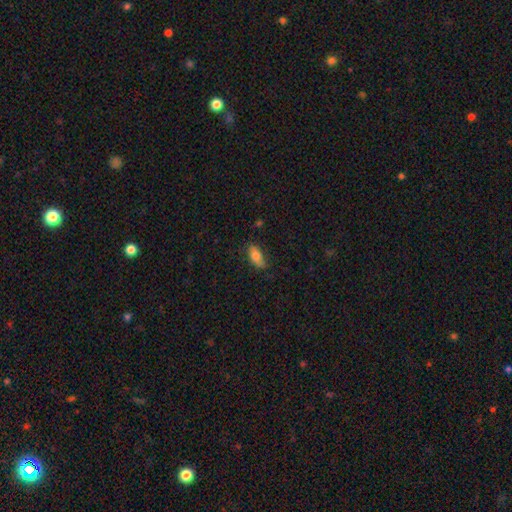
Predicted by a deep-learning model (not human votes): Smooth or featured?
  - smooth: 77% *
  - featured or disk: 16%
  - star or artifact: 7%
How rounded?
  - in between: 82% *
  - cigar-shaped: 15%
  - round: 3%
Merging?
  - none: 74% *
  - minor disturbance: 21%
  - major disturbance: 4%
  - merger: 1%